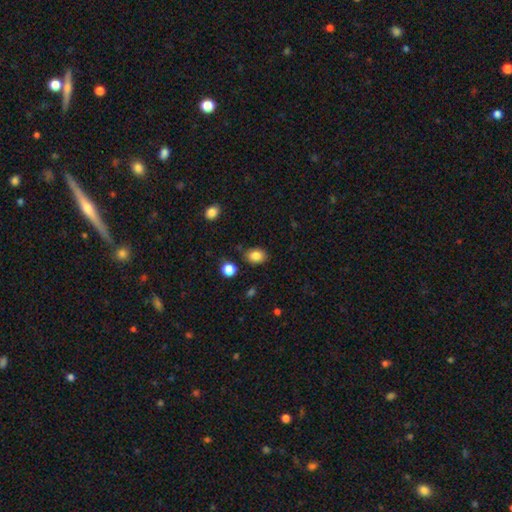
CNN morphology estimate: A smooth galaxy with no disk features (85%) that is in between round and cigar-shaped (66%).

Vote fractions:
- Smooth or featured? smooth: 85% / star or artifact: 10% / featured or disk: 6%
- How rounded? in between: 66% / round: 33% / cigar-shaped: 1%
- Merging? none: 83% / minor disturbance: 12% / merger: 3% / major disturbance: 3%